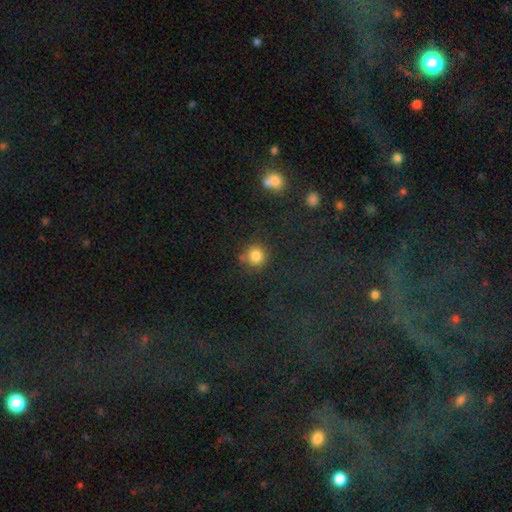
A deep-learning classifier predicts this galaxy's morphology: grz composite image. It shows a smooth galaxy with no disk features (82%) that is round (90%). Merging: none (73%).